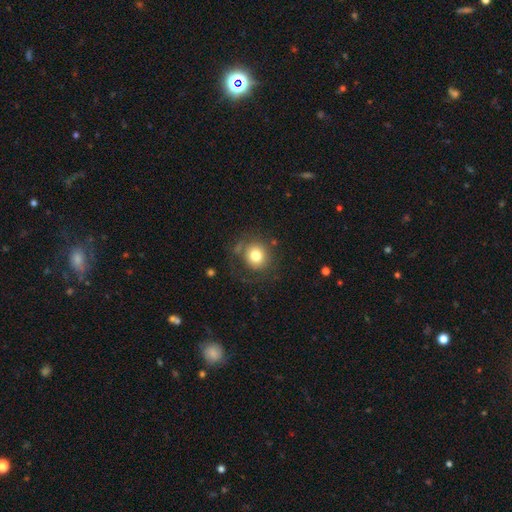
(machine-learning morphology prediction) This is likely a smooth galaxy (77%). How rounded: clearly round (88%). Merging: likely none (74%).